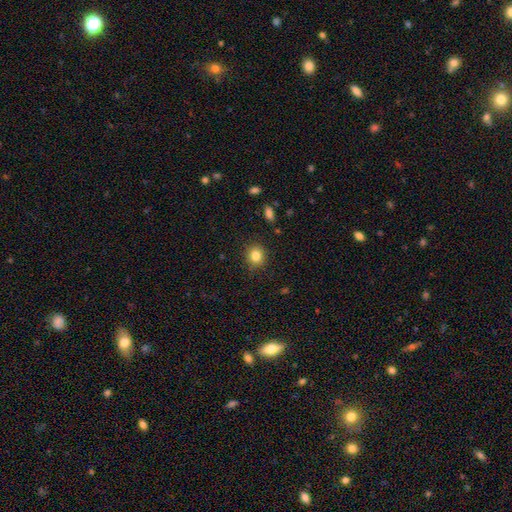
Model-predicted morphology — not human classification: Overall: smooth (83%). How rounded: round (82%). Merging: none (88%).